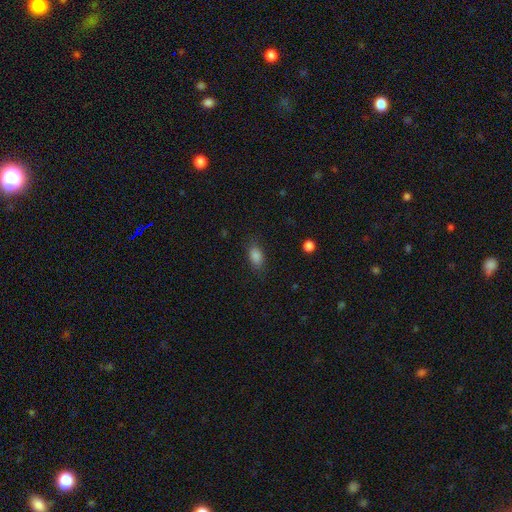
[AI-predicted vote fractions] The model was most divided on "merging": none: 82%, minor disturbance: 13%, major disturbance: 4%, merger: 1%. More confident: how rounded — in between (86%); smooth or featured — smooth (85%).